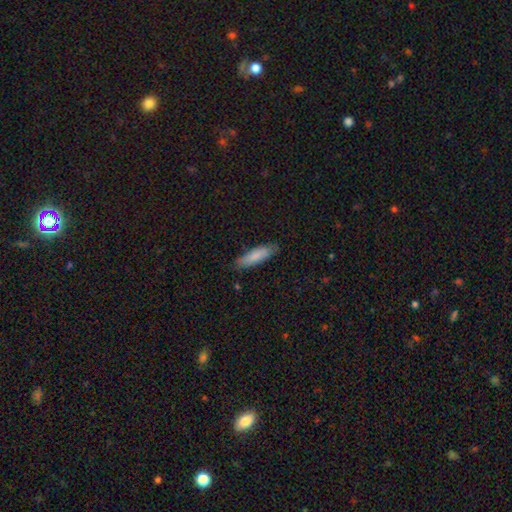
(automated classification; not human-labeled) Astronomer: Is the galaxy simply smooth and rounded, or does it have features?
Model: smooth — 83%.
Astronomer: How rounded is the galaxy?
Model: cigar-shaped — 60% (runner-up: in between, 38%).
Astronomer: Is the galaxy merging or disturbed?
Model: none — 82%.